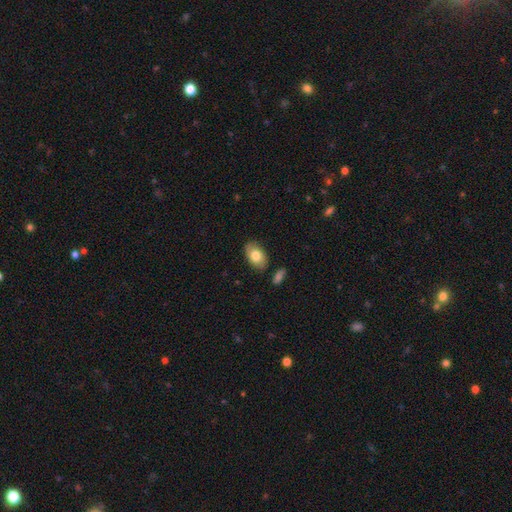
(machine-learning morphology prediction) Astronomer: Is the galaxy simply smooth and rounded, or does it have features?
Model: smooth — 78%.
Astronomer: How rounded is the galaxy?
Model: in between — 90%.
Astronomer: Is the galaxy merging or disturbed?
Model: none — 83%.